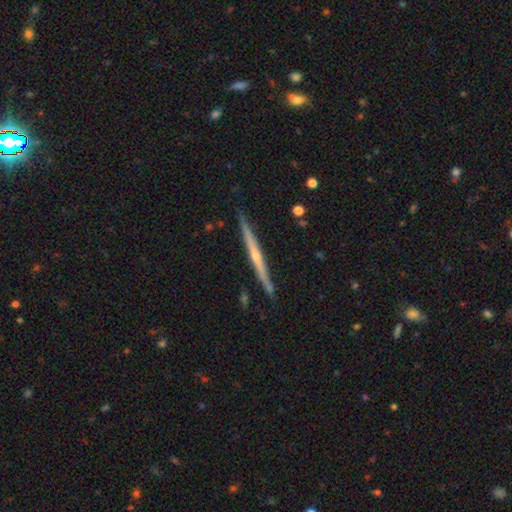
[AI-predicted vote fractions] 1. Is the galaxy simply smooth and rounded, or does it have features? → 73% featured or disk, 21% smooth, 6% star or artifact.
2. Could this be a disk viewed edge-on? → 98% yes, 2% no.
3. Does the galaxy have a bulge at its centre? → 58% rounded, 38% none, 4% boxy.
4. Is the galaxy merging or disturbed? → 88% none, 9% minor disturbance, 2% merger, 1% major disturbance.